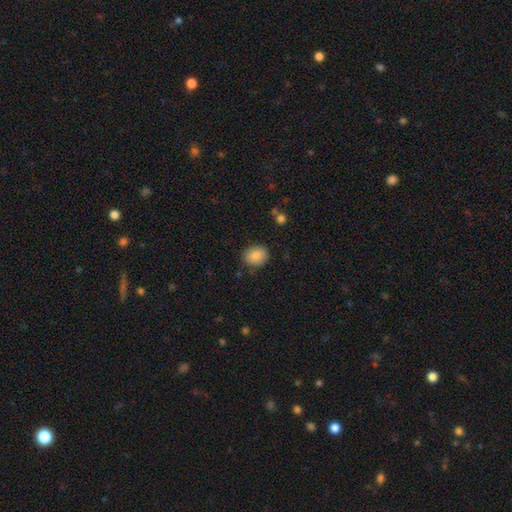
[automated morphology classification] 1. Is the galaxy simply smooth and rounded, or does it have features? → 87% smooth, 8% star or artifact, 5% featured or disk.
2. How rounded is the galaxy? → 62% round, 37% in between, 1% cigar-shaped.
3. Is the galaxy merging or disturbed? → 84% none, 11% minor disturbance, 3% major disturbance, 2% merger.